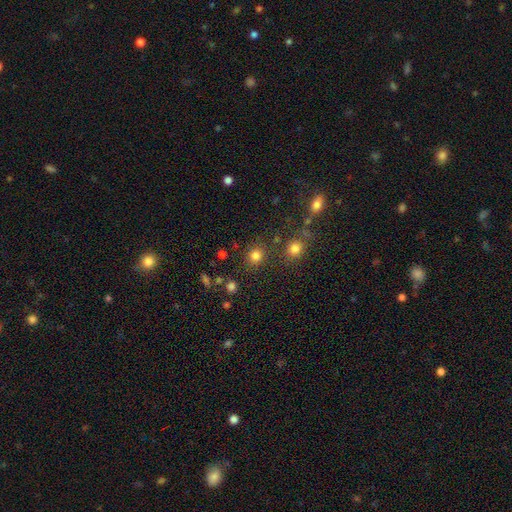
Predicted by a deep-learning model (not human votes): The model was most divided on "how rounded": round: 82%, in between: 17%, cigar-shaped: 1%. More confident: smooth or featured — smooth (81%); merging — none (80%).